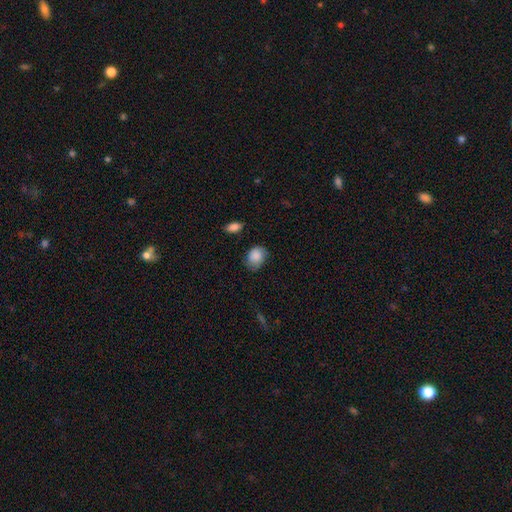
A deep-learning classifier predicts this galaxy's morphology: type=smooth (86%); roundness=in between (53%); merging=none (62%).